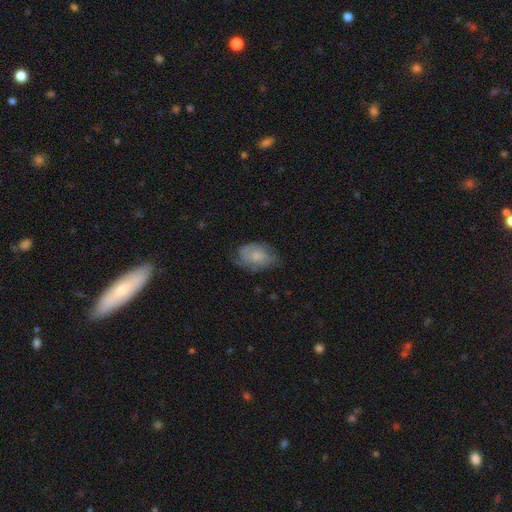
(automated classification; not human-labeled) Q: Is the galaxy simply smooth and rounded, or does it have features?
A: smooth — 49%.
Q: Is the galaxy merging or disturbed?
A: none — 54%.